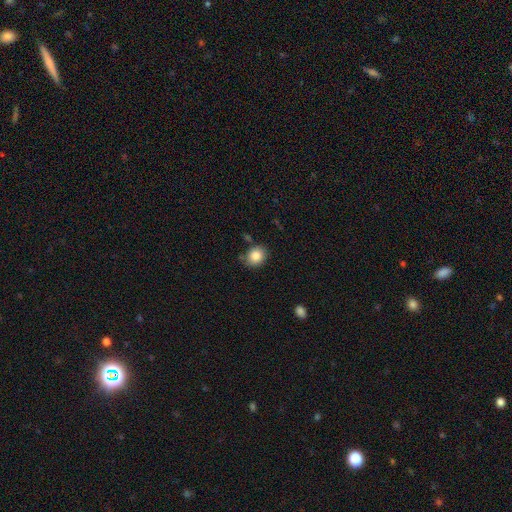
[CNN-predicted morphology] This appears to be a smooth galaxy with no disk features (84%) that is round (61%). Merging: none (80%).